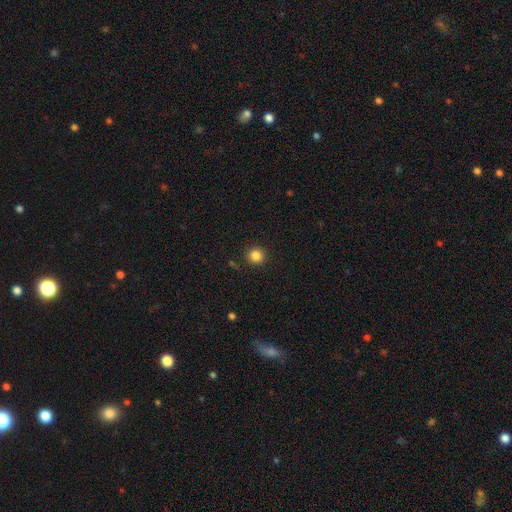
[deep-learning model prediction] This is clearly a smooth galaxy (84%). How rounded: clearly round (94%). Merging: clearly none (91%).